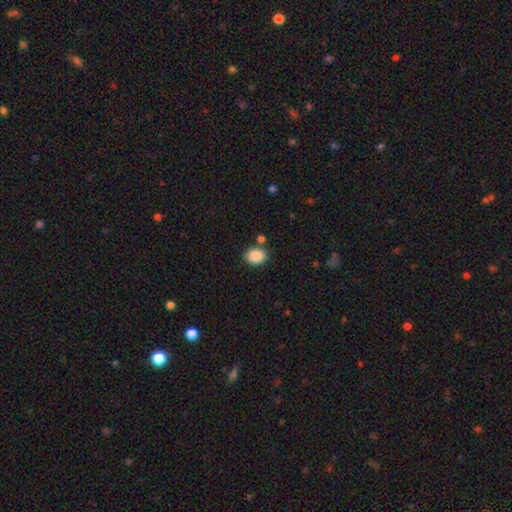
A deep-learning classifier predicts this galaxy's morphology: A smooth galaxy with no disk features (88%) that is in between round and cigar-shaped (65%). Merging: none (79%).